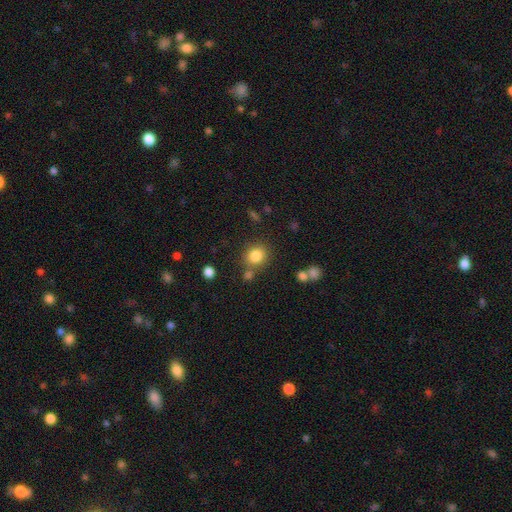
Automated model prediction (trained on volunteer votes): Q: Smooth or featured?
A: smooth (82%); runner-up: star or artifact (11%)
Q: How rounded?
A: round (79%); runner-up: in between (20%)
Q: Merging?
A: none (75%); runner-up: merger (11%)